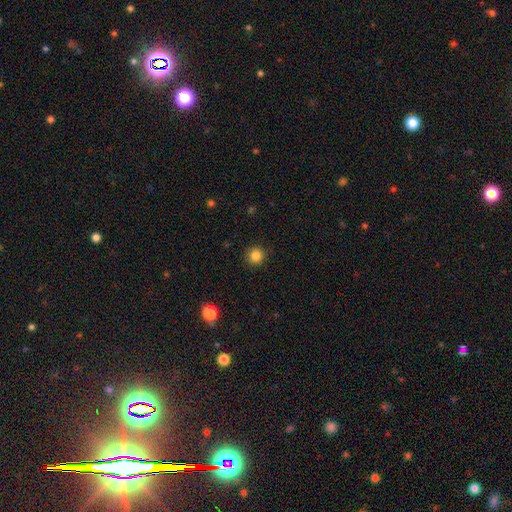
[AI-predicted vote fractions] smooth_or_featured: smooth (p=0.84) [alt: star or artifact p=0.12]
how_rounded: round (p=0.95) [alt: in between p=0.04]
merging: none (p=0.92) [alt: minor disturbance p=0.05]